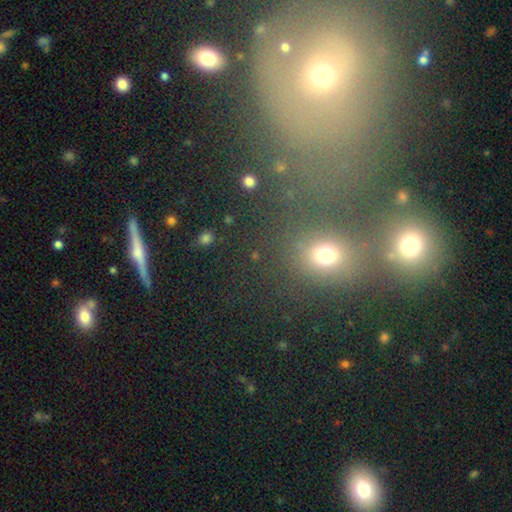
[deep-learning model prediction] The model was most divided on "how rounded": round: 62%, in between: 33%, cigar-shaped: 5%. More confident: merging — none (74%); smooth or featured — smooth (59%).